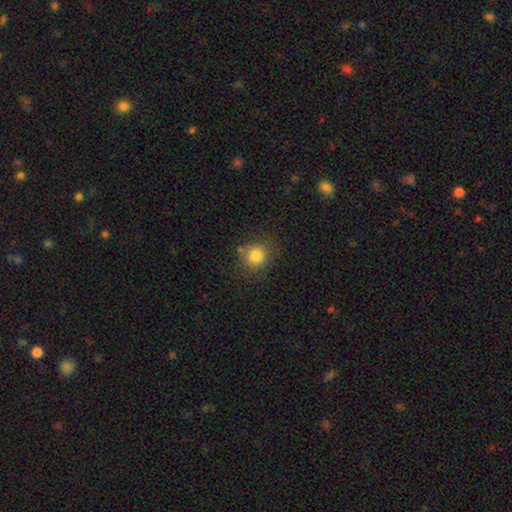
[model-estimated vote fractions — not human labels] Q: Smooth or featured?
A: smooth (82%); runner-up: star or artifact (12%)
Q: How rounded?
A: round (86%); runner-up: in between (13%)
Q: Merging?
A: none (76%); runner-up: minor disturbance (14%)